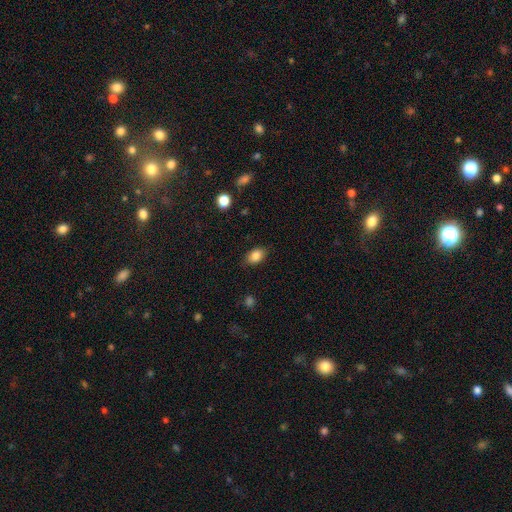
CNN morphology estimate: type=smooth (85%); roundness=in between (83%); merging=none (83%).